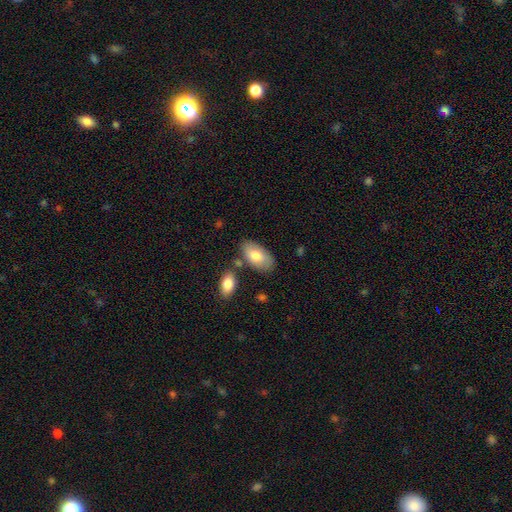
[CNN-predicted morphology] A smooth galaxy with no disk features (79%) that is in between round and cigar-shaped (95%). Merging: none (73%).